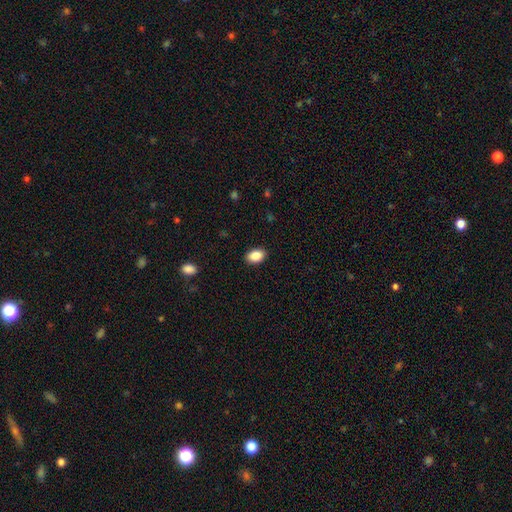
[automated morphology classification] Smooth or featured?
  - smooth: 87% *
  - star or artifact: 8%
  - featured or disk: 5%
How rounded?
  - in between: 85% *
  - round: 14%
  - cigar-shaped: 1%
Merging?
  - none: 89% *
  - minor disturbance: 8%
  - major disturbance: 2%
  - merger: 1%